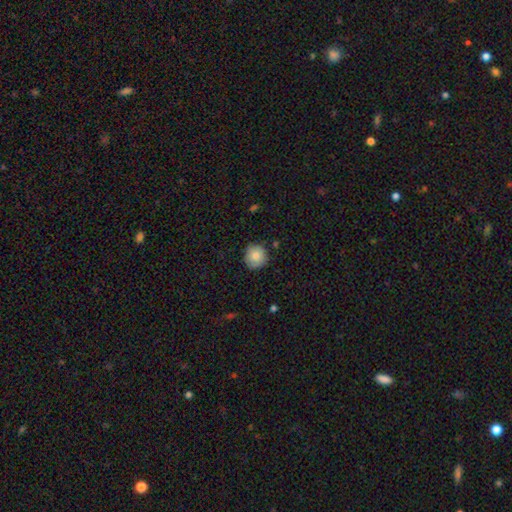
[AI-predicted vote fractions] Smooth or featured? smooth (85%)
How rounded? round (90%)
Merging? none (82%)